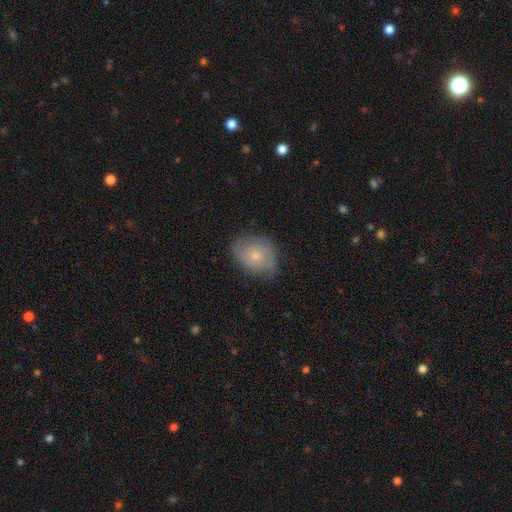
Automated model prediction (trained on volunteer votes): A smooth galaxy with no disk features (51%) that is in between round and cigar-shaped (53%). Merging: none (70%).